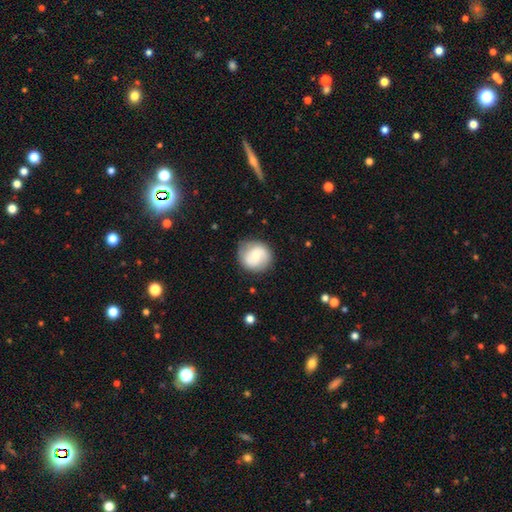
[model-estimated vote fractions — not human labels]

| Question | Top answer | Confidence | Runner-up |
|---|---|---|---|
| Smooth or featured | featured or disk | 52% | smooth (41%) |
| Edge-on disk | no | 98% | yes (2%) |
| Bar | no | 46% | weak (43%) |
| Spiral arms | yes | 84% | no (16%) |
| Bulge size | moderate | 49% | small (44%) |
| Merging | none | 82% | minor disturbance (13%) |